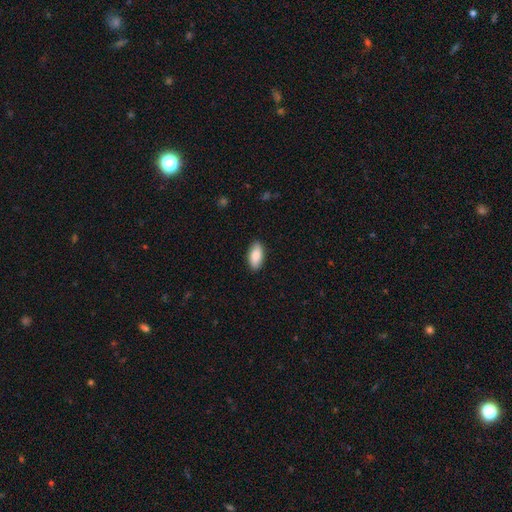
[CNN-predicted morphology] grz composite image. It shows a smooth galaxy with no disk features (85%) that is in between round and cigar-shaped (89%). Merging: none (89%).